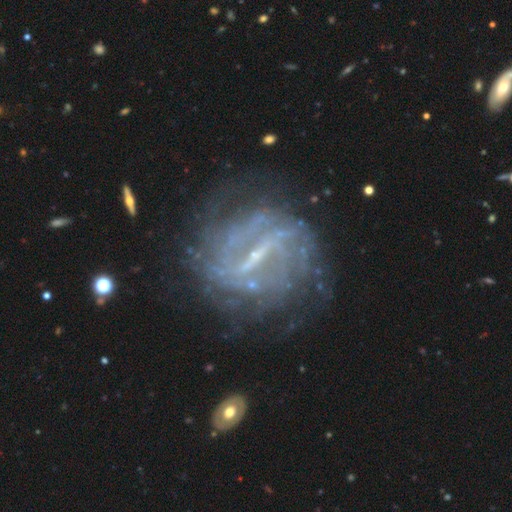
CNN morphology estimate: A featured or disk galaxy (84%) with a strong bar (57%), tight (50%) spiral arms (82%) and a small central bulge (68%). Merging: none (67%).